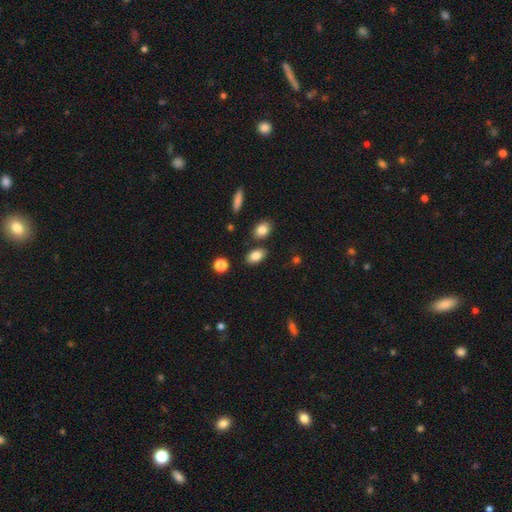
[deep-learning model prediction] Smooth or featured? smooth (83%)
How rounded? in between (88%)
Merging? none (81%)